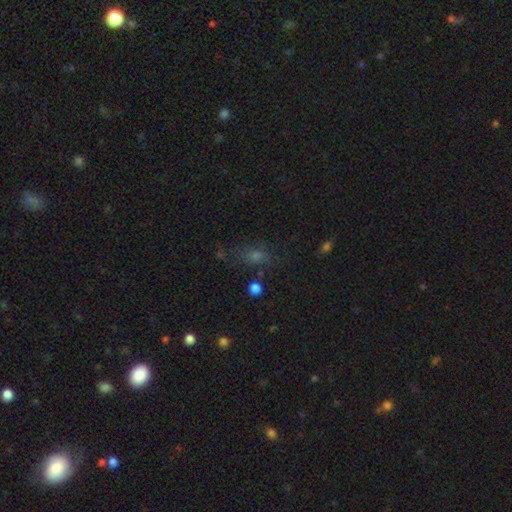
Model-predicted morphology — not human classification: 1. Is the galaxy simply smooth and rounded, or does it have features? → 49% smooth, 36% star or artifact, 15% featured or disk.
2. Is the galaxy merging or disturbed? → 68% none, 17% minor disturbance, 9% major disturbance, 5% merger.